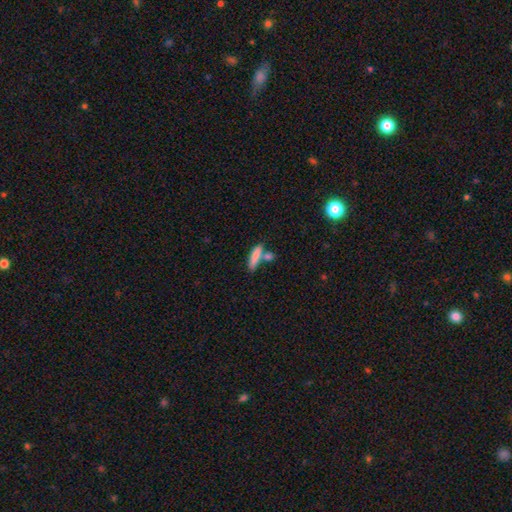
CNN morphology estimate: A smooth galaxy with no disk features (81%) that is cigar-shaped (66%).

Vote fractions:
- Smooth or featured? smooth: 81% / featured or disk: 11% / star or artifact: 8%
- How rounded? cigar-shaped: 66% / in between: 31% / round: 3%
- Merging? none: 52% / merger: 30% / minor disturbance: 13% / major disturbance: 5%